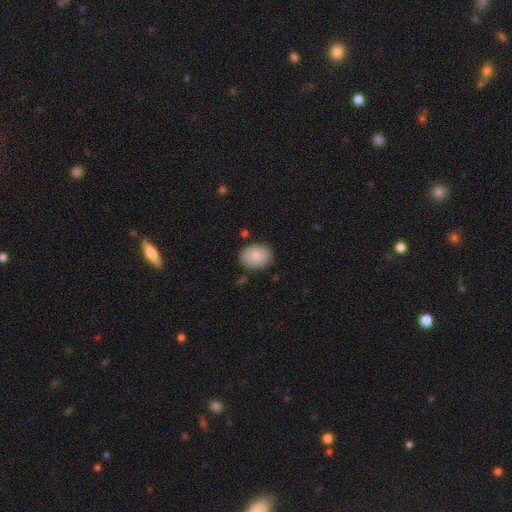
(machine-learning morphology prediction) smooth-or-featured: smooth: 82% | featured or disk: 11% | star or artifact: 7%
  how-rounded: in between: 56% | round: 44% | cigar-shaped: 1%
  merging: none: 81% | minor disturbance: 14% | major disturbance: 3% | merger: 2%